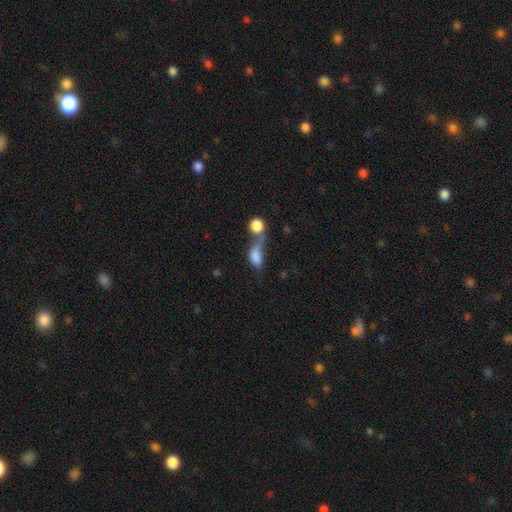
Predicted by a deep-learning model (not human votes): Overall: smooth (77%). How rounded: in between (76%). Merging: merger (60%).